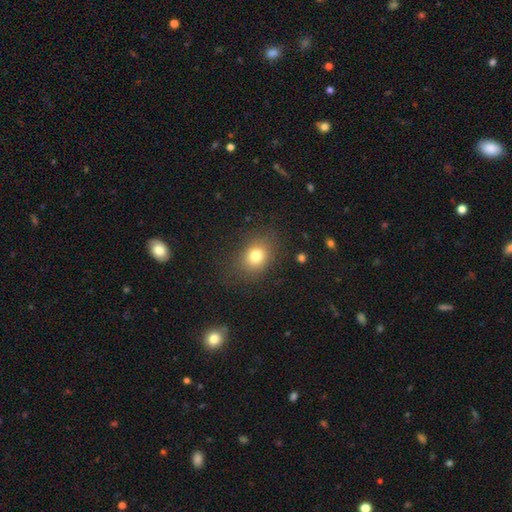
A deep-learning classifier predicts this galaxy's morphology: Overall: smooth (77%). How rounded: round (53%; in between 46%). Merging: none (80%).